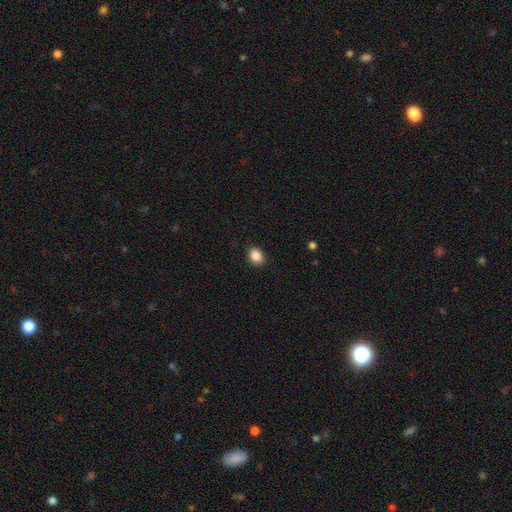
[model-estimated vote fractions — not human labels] Smooth or featured? smooth (88%)
How rounded? in between (64%)
Merging? none (90%)